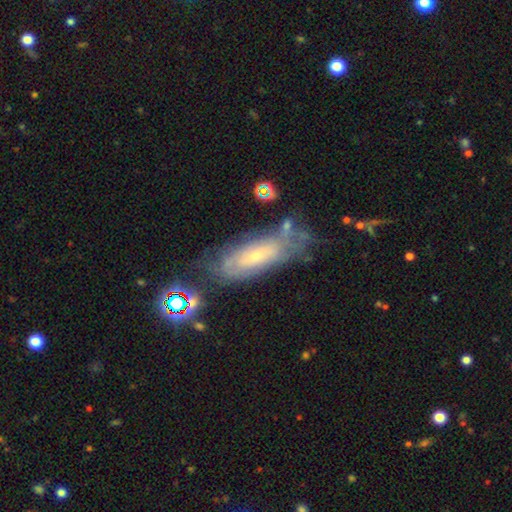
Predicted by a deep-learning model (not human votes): Overall: featured or disk (60%; smooth 30%). Edge-on disk: no (81%). Merging: none (55%; minor disturbance 25%).